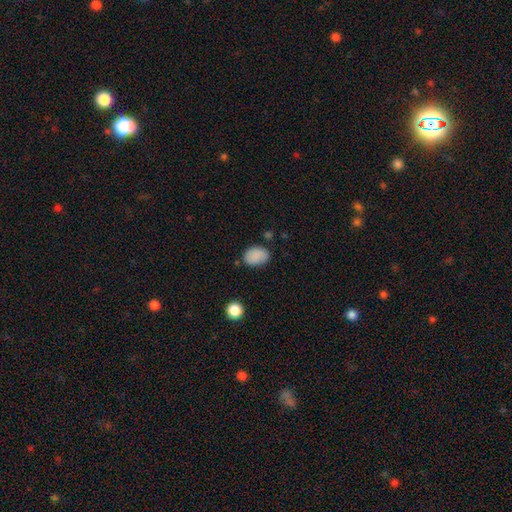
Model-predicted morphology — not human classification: This is clearly a smooth galaxy (87%). How rounded: likely in between (80%). Merging: likely none (74%).